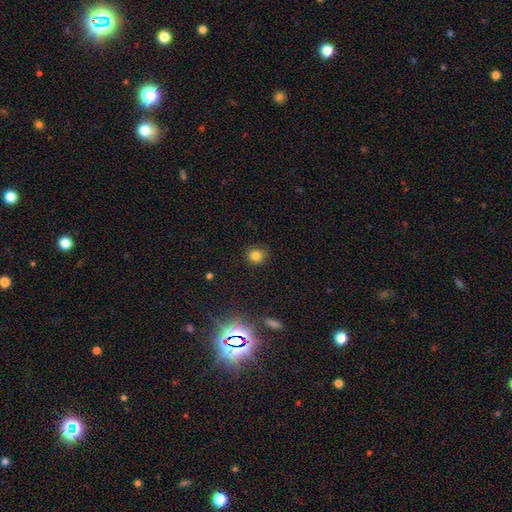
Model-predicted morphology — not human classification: smooth_or_featured: smooth (p=0.79) [alt: star or artifact p=0.15]
how_rounded: round (p=0.90) [alt: in between p=0.09]
merging: none (p=0.87) [alt: minor disturbance p=0.09]